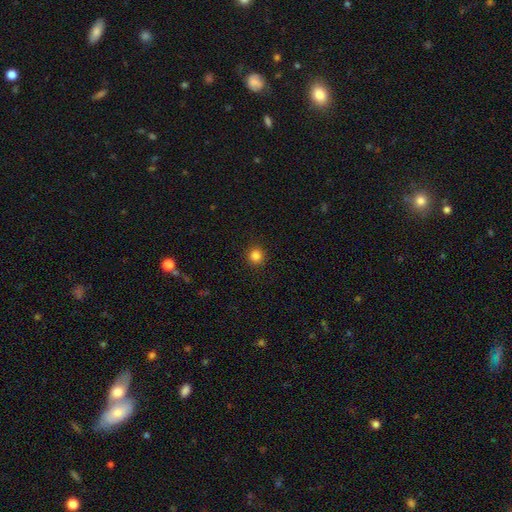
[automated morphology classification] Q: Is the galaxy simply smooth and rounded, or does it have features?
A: smooth — 84%.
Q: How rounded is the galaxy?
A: round — 94%.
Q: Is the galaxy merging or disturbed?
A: none — 92%.